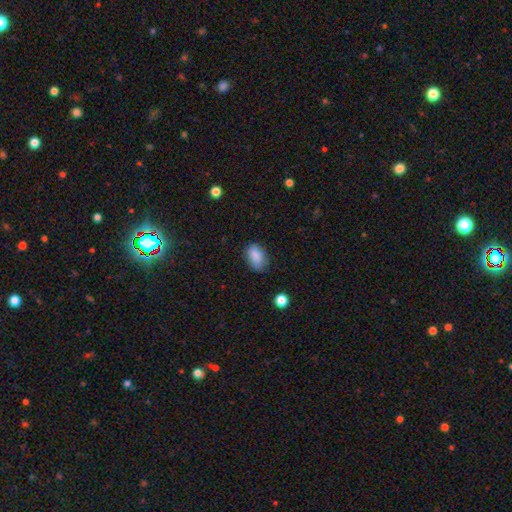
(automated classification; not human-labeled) This appears to be a smooth galaxy with no disk features (87%) that is in between round and cigar-shaped (87%). Merging: none (74%).